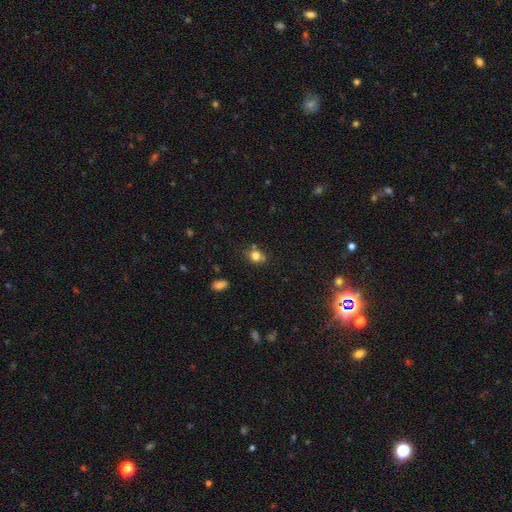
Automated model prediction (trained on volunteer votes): Smooth or featured?
  - smooth: 74% *
  - star or artifact: 15%
  - featured or disk: 11%
How rounded?
  - round: 62% *
  - in between: 36%
  - cigar-shaped: 2%
Merging?
  - none: 62% *
  - minor disturbance: 18%
  - merger: 14%
  - major disturbance: 5%